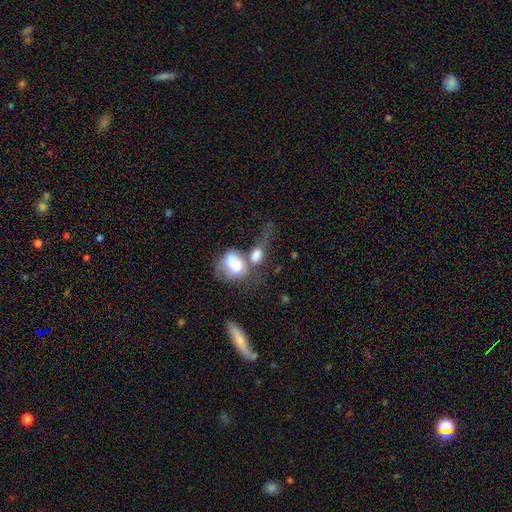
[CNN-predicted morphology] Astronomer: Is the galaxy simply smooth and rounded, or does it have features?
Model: smooth — 54% (runner-up: featured or disk, 31%).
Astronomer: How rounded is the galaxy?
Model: in between — 53% (runner-up: round, 42%).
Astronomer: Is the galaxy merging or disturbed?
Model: merger — 52%.